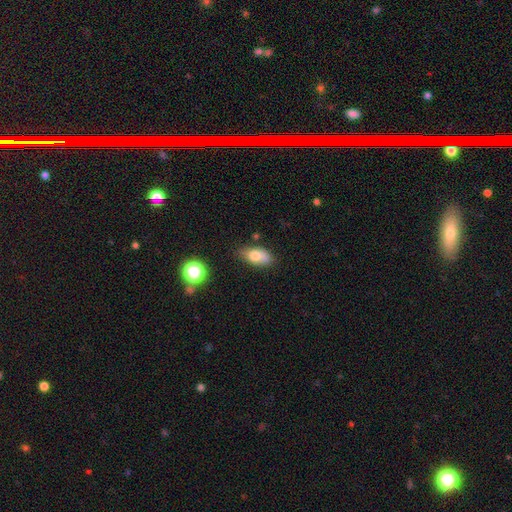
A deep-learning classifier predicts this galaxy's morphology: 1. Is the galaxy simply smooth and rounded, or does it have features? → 74% smooth, 17% featured or disk, 9% star or artifact.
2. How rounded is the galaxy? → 86% in between, 7% cigar-shaped, 6% round.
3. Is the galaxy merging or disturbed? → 70% none, 22% minor disturbance, 4% major disturbance, 4% merger.